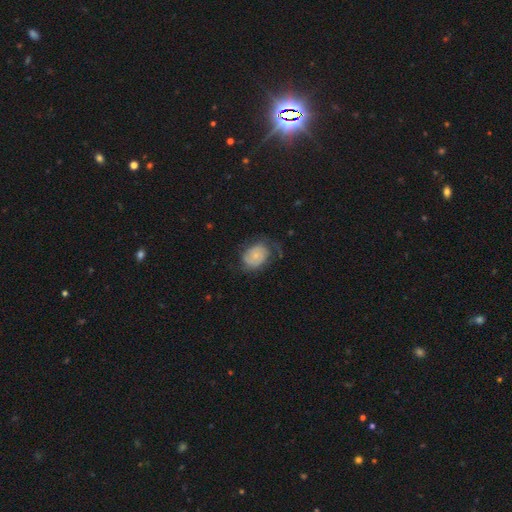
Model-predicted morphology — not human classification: Smooth or featured? featured or disk (53%)
Edge-on disk? no (97%)
Bar? no (81%)
Spiral arms? yes (77%)
Bulge size? small (69%)
Merging? none (47%)